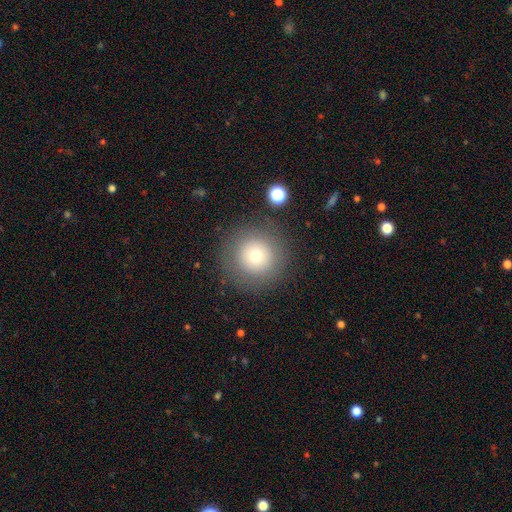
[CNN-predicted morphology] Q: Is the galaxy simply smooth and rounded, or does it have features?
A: smooth — 74%.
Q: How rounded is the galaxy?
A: round — 96%.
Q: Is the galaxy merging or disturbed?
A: none — 87%.